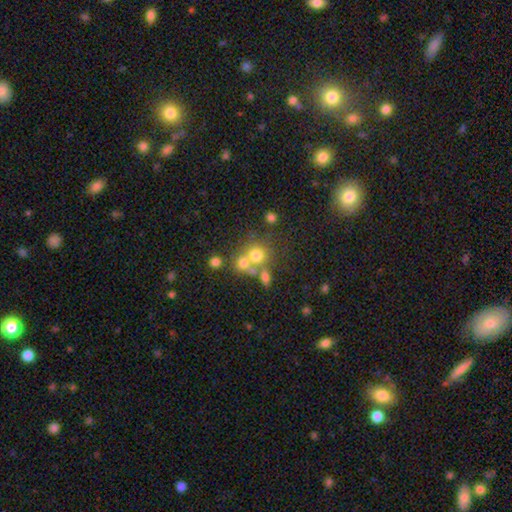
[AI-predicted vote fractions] Smooth or featured: smooth — 67% (featured or disk — 17%)
How rounded: round — 83% (in between — 16%)
Merging: none — 45% (merger — 41%)